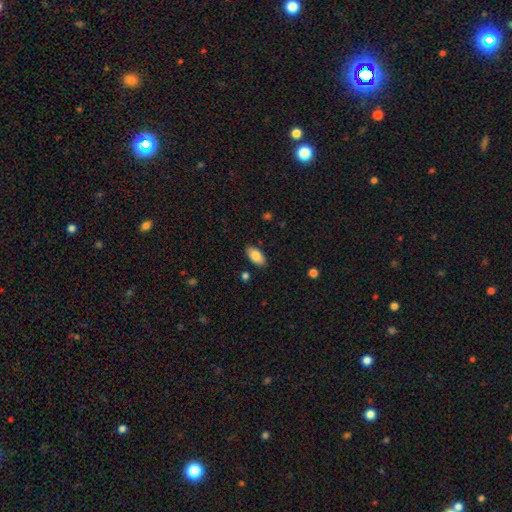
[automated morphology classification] type=smooth (85%); roundness=in between (93%); merging=none (87%).